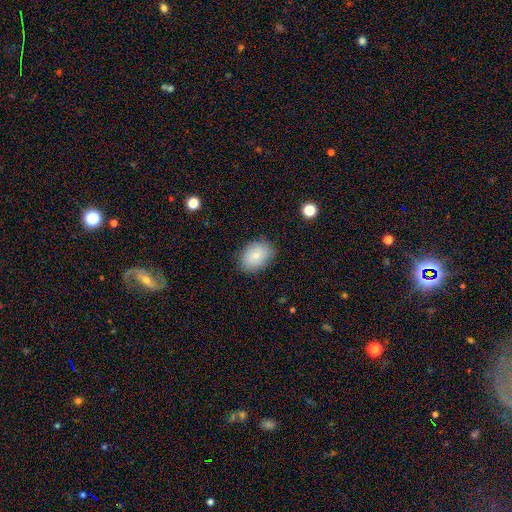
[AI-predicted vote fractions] smooth_or_featured: smooth (p=0.81) [alt: featured or disk p=0.11]
how_rounded: in between (p=0.79) [alt: round p=0.20]
merging: none (p=0.82) [alt: minor disturbance p=0.14]